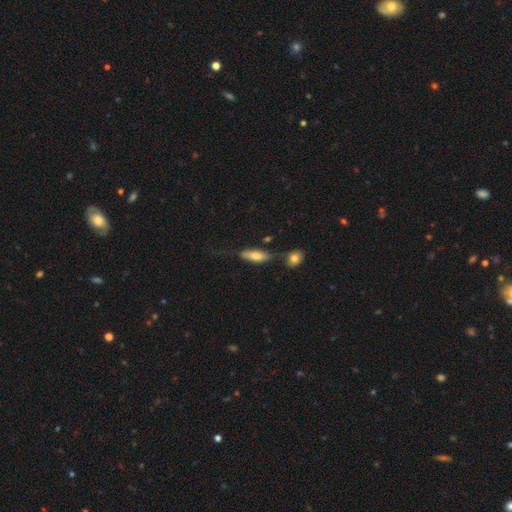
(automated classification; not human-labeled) The model was most divided on "how rounded": in between: 53%, cigar-shaped: 44%, round: 3%. More confident: smooth or featured — smooth (64%); merging — none (54%).